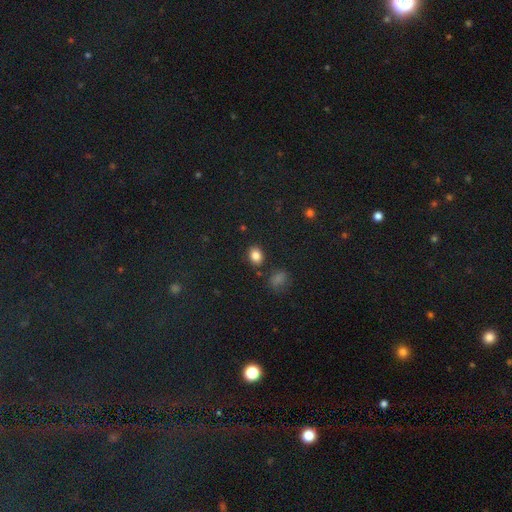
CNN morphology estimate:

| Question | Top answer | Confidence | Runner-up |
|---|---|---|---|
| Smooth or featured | smooth | 84% | star or artifact (11%) |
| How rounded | in between | 59% | round (40%) |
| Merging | none | 83% | minor disturbance (10%) |